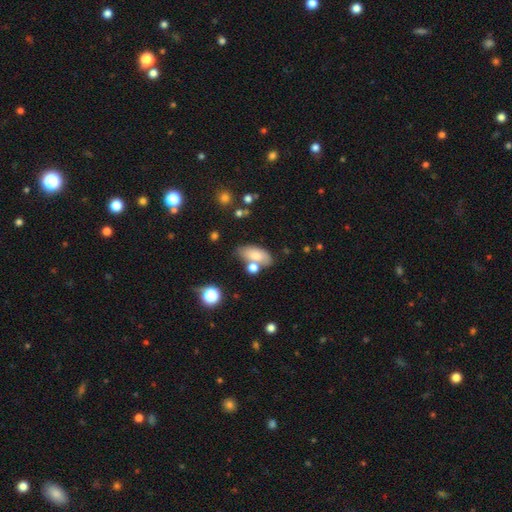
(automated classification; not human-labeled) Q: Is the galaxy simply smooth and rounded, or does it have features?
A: smooth — 76%.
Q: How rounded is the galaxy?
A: in between — 87%.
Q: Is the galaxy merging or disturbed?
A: none — 57%.